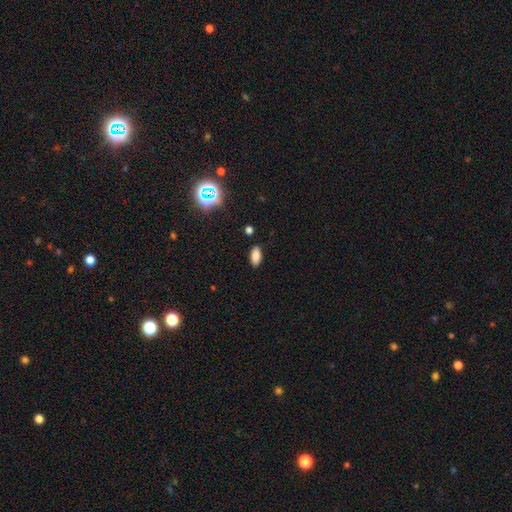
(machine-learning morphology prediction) A smooth galaxy with no disk features (82%) that is in between round and cigar-shaped (89%).

Vote fractions:
- Smooth or featured? smooth: 82% / star or artifact: 13% / featured or disk: 6%
- How rounded? in between: 89% / cigar-shaped: 8% / round: 3%
- Merging? none: 87% / minor disturbance: 9% / major disturbance: 2% / merger: 2%